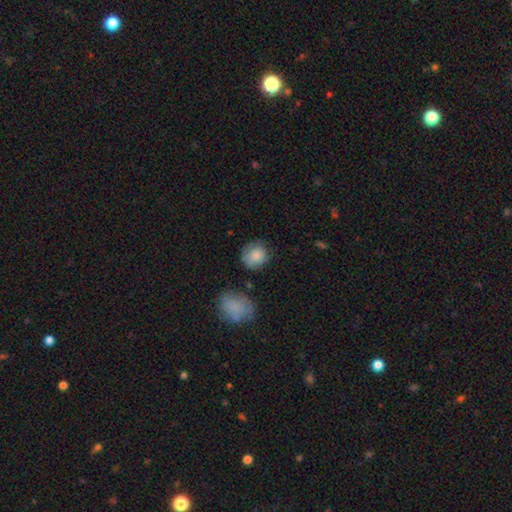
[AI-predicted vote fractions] The model was most divided on "merging": none: 66%, minor disturbance: 23%, major disturbance: 7%, merger: 4%. More confident: how rounded — round (81%); smooth or featured — smooth (81%).